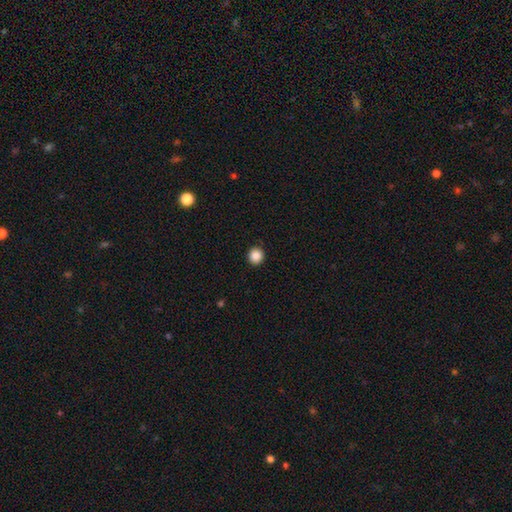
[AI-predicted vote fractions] Q: Smooth or featured?
A: smooth (88%); runner-up: star or artifact (10%)
Q: How rounded?
A: round (94%); runner-up: in between (5%)
Q: Merging?
A: none (93%); runner-up: minor disturbance (5%)